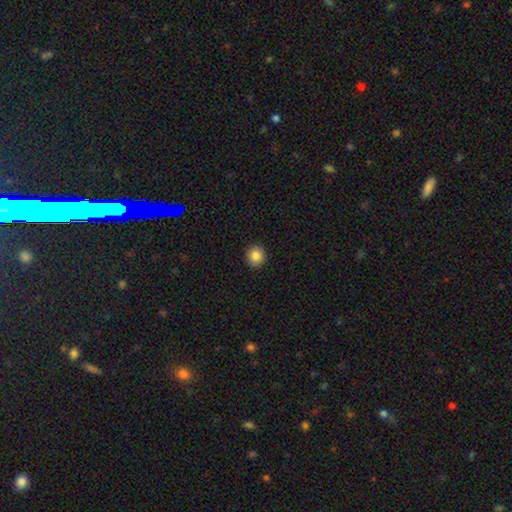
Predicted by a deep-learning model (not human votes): smooth 87%, star or artifact 10%, featured or disk 4%. Down the decision tree: how rounded — round (91%); merging — none (92%).